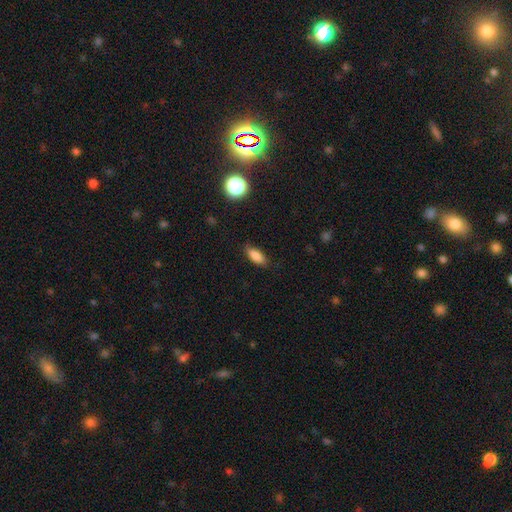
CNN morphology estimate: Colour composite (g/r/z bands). It shows a smooth galaxy with no disk features (84%) that is in between round and cigar-shaped (80%). Merging: none (80%).